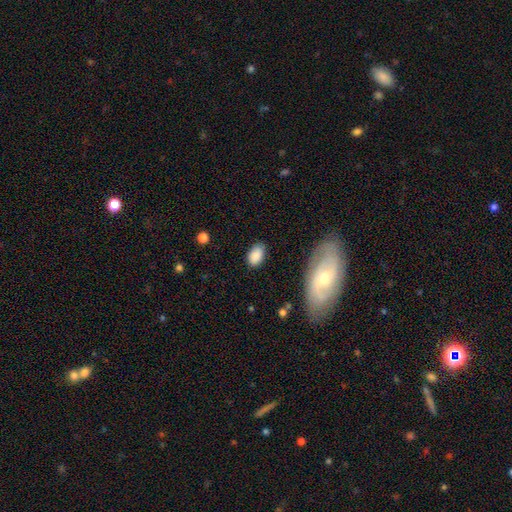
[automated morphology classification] smooth-or-featured: smooth: 86% | star or artifact: 8% | featured or disk: 7%
  how-rounded: in between: 91% | round: 8% | cigar-shaped: 2%
  merging: none: 80% | minor disturbance: 15% | major disturbance: 3% | merger: 2%